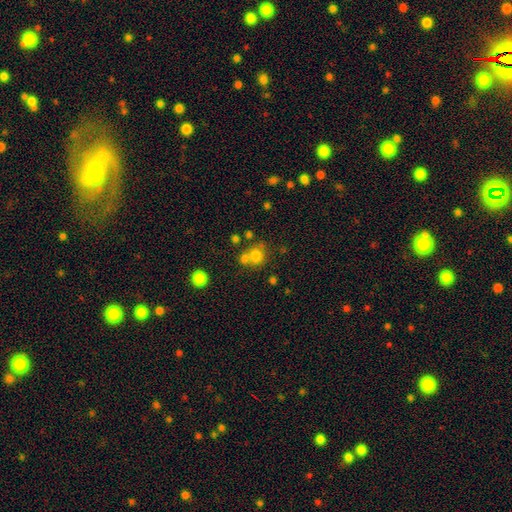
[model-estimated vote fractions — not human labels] The model was most divided on "merging": none: 51%, merger: 35%, minor disturbance: 10%, major disturbance: 4%. More confident: how rounded — round (82%); smooth or featured — smooth (74%).